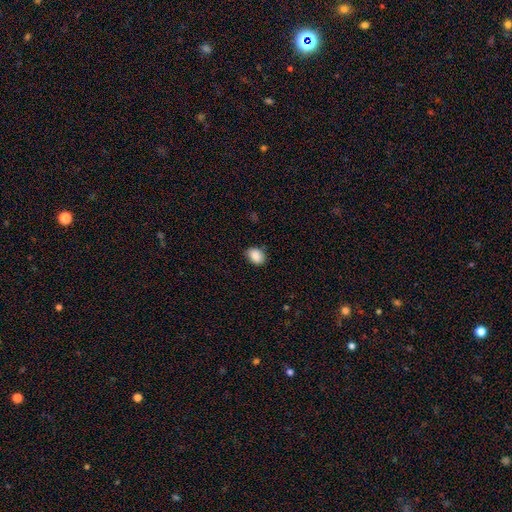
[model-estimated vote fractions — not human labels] smooth 87%, star or artifact 8%, featured or disk 5%. Down the decision tree: how rounded — in between (69%); merging — none (83%).